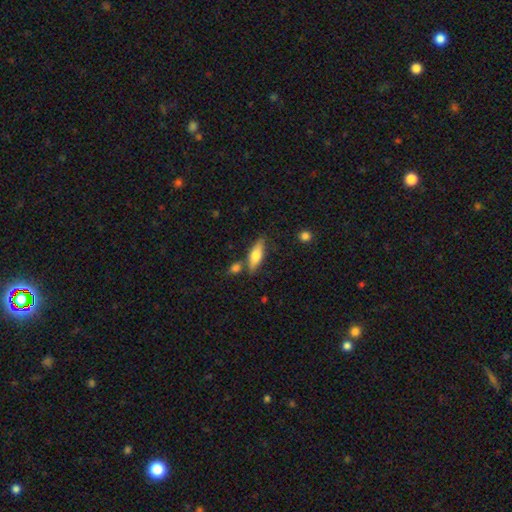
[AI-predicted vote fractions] The model was most divided on "how rounded": in between: 54%, cigar-shaped: 43%, round: 3%. More confident: merging — none (69%); smooth or featured — smooth (65%).